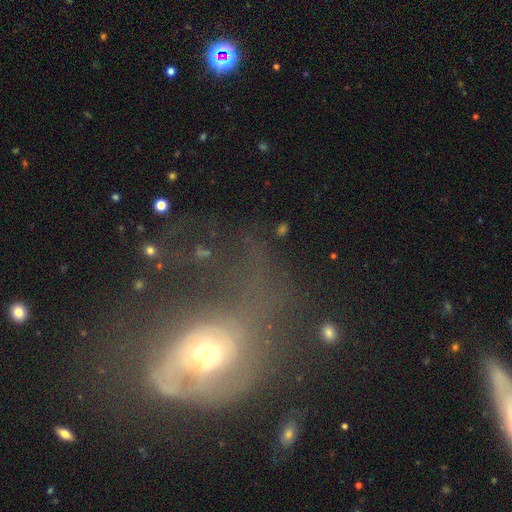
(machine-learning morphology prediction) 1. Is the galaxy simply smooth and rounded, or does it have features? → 54% featured or disk, 29% smooth, 17% star or artifact.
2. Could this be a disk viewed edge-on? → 93% no, 7% yes.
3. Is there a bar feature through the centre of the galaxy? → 75% no, 18% weak, 7% strong.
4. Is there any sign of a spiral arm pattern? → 53% no, 47% yes.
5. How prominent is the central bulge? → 62% moderate, 24% small, 9% large, 3% dominant, 2% none.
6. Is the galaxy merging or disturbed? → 54% major disturbance, 24% none, 14% minor disturbance, 8% merger.